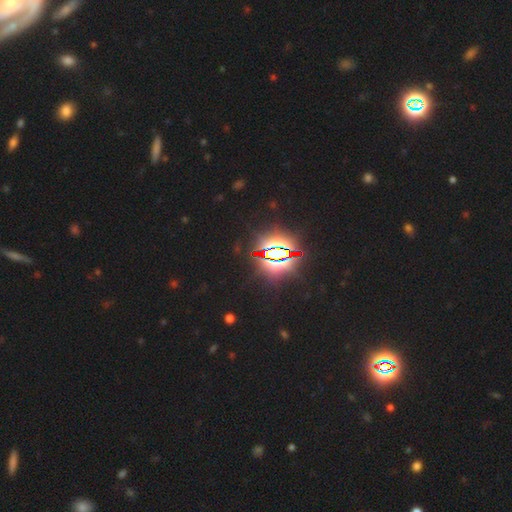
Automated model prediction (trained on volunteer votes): smooth_or_featured: star or artifact (p=0.85) [alt: smooth p=0.09]